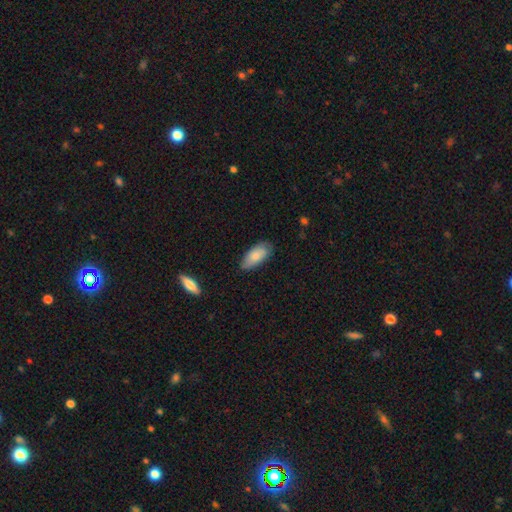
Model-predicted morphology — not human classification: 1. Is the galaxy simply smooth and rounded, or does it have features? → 81% smooth, 13% featured or disk, 6% star or artifact.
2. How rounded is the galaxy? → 88% in between, 9% cigar-shaped, 2% round.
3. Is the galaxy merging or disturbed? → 74% none, 21% minor disturbance, 3% major disturbance, 1% merger.